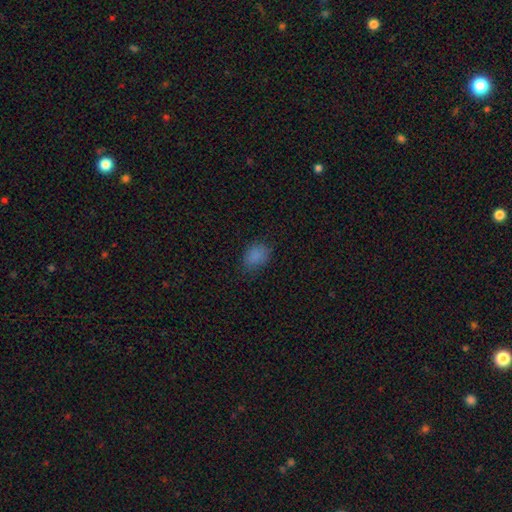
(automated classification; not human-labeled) Smooth or featured: smooth — 81% (star or artifact — 13%)
How rounded: in between — 56% (round — 43%)
Merging: none — 75% (minor disturbance — 19%)